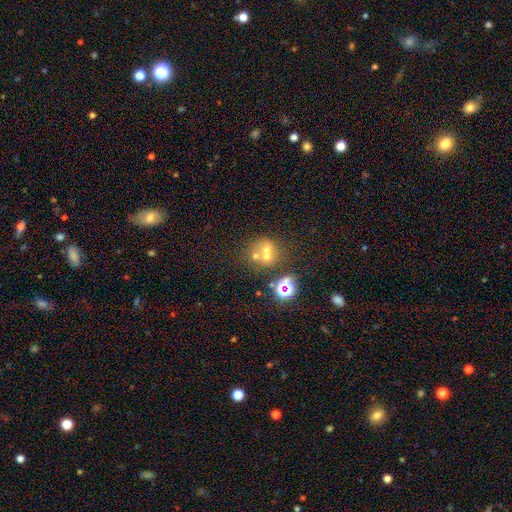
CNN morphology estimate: Smooth or featured? Predicted: smooth (p=0.44). Merging? Predicted: merger (p=0.47).